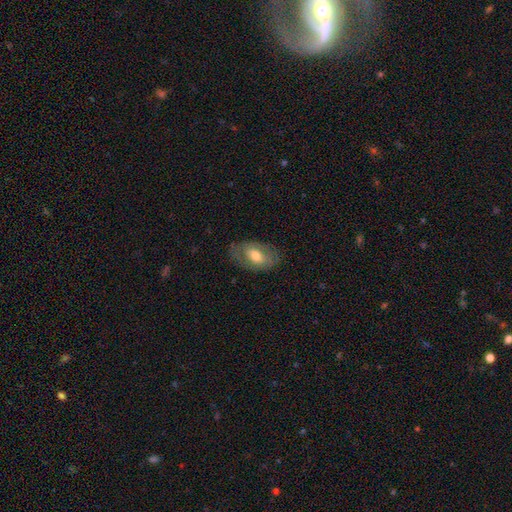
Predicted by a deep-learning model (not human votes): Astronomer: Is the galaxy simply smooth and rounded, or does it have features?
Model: smooth — 56% (runner-up: featured or disk, 37%).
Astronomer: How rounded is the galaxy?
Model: in between — 90%.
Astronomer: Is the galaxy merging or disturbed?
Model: none — 74%.